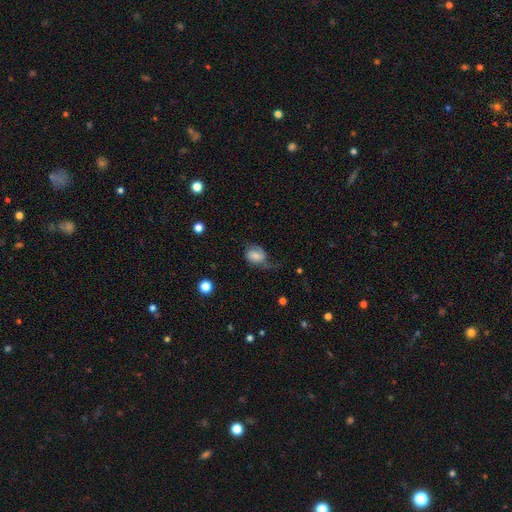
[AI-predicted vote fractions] This appears to be a smooth galaxy with no disk features (53%) that is in between round and cigar-shaped (70%). Merging: major disturbance (35%).